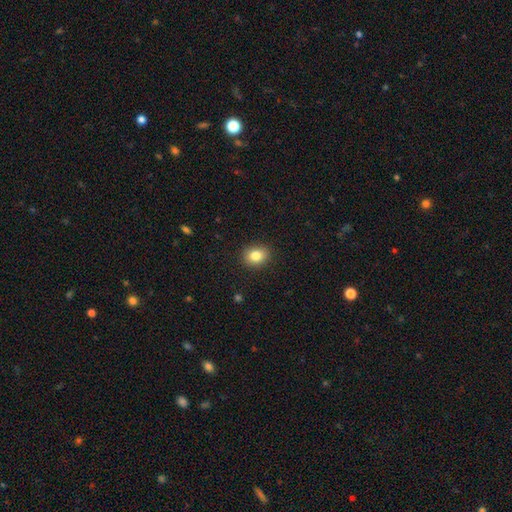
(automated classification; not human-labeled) Morphology: type=smooth (84%); roundness=round (53%); merging=none (89%).